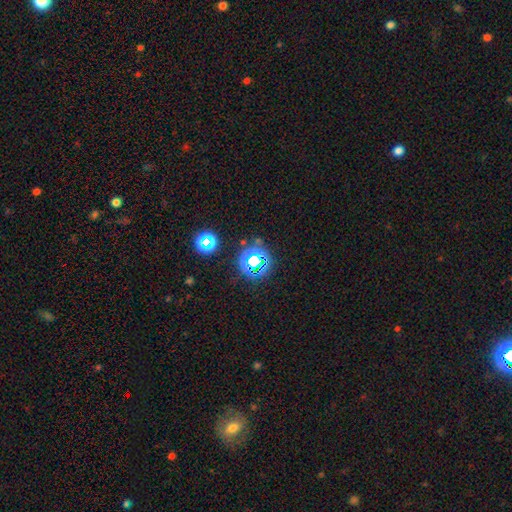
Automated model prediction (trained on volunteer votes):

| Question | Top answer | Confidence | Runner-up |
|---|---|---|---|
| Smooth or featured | star or artifact | 71% | smooth (21%) |